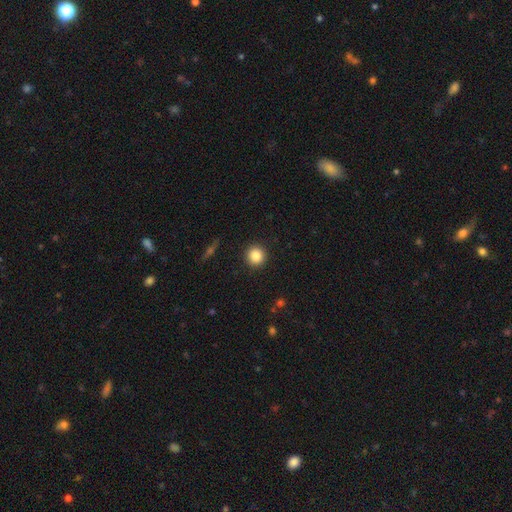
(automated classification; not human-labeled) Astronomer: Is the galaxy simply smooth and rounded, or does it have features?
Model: smooth — 85%.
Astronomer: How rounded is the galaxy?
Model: round — 94%.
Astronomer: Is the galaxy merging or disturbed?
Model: none — 92%.